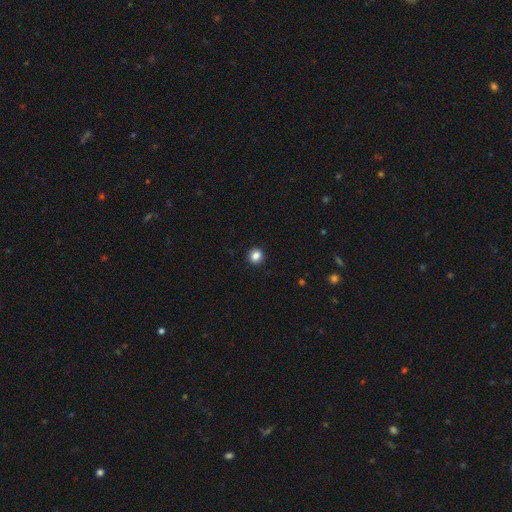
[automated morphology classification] smooth_or_featured: smooth (p=0.85) [alt: star or artifact p=0.11]
how_rounded: round (p=0.87) [alt: in between p=0.12]
merging: none (p=0.92) [alt: minor disturbance p=0.05]